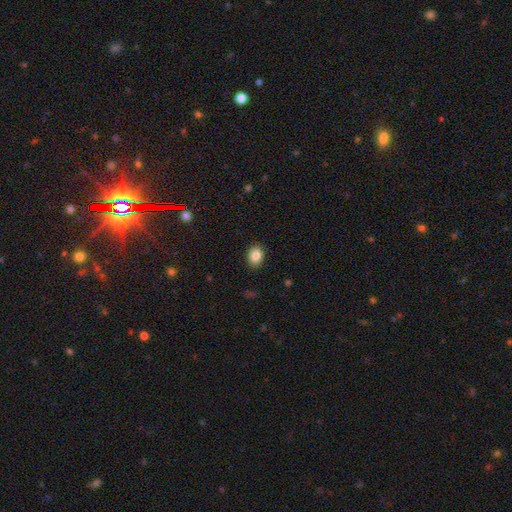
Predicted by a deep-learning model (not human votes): Morphology: type=smooth (85%); roundness=in between (57%); merging=none (90%).